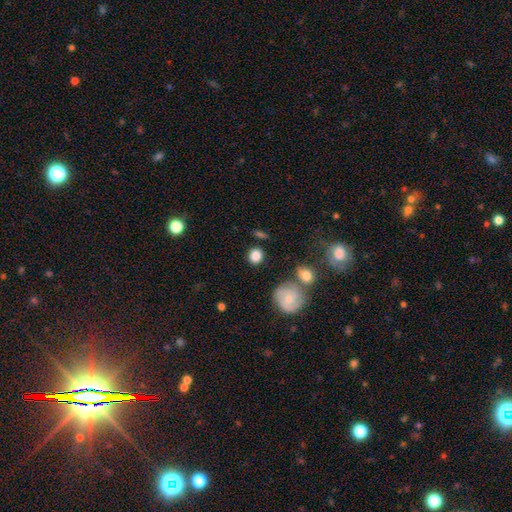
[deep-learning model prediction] smooth_or_featured: smooth (p=0.83) [alt: featured or disk p=0.09]
how_rounded: round (p=0.79) [alt: in between p=0.20]
merging: none (p=0.80) [alt: minor disturbance p=0.11]